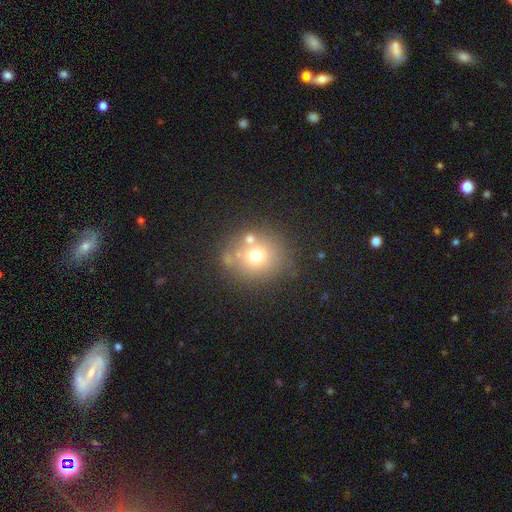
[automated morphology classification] Smooth or featured? smooth (67%)
How rounded? round (86%)
Merging? none (69%)